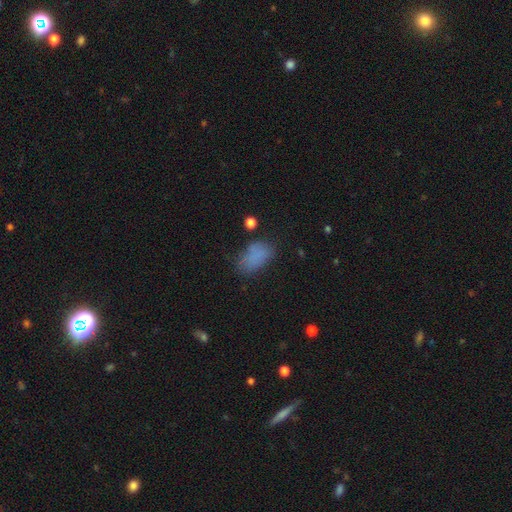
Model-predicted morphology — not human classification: smooth-or-featured: smooth: 75% | star or artifact: 13% | featured or disk: 12%
  how-rounded: in between: 89% | round: 9% | cigar-shaped: 2%
  merging: none: 52% | minor disturbance: 28% | major disturbance: 15% | merger: 5%